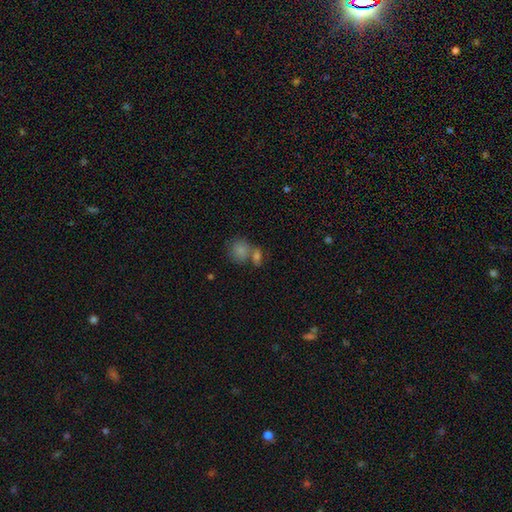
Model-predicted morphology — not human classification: This is likely a smooth galaxy (64%). How rounded: likely round (66%). Merging: possibly none (50%).